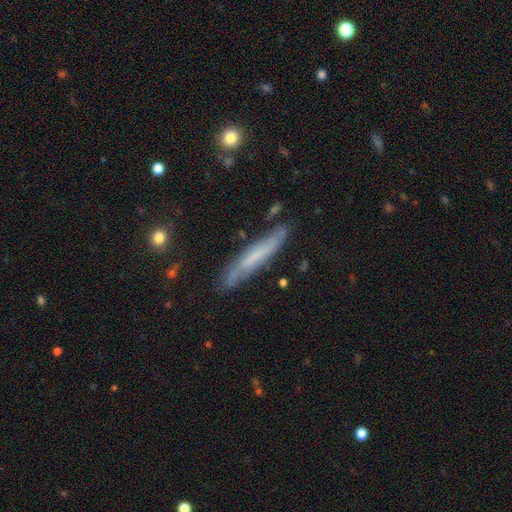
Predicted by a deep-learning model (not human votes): A featured or disk galaxy (52%) viewed edge-on (71%).

Vote fractions:
- Smooth or featured? featured or disk: 52% / smooth: 41% / star or artifact: 7%
- Edge-on disk? yes: 71% / no: 29%
- Merging? none: 76% / minor disturbance: 17% / major disturbance: 4% / merger: 3%